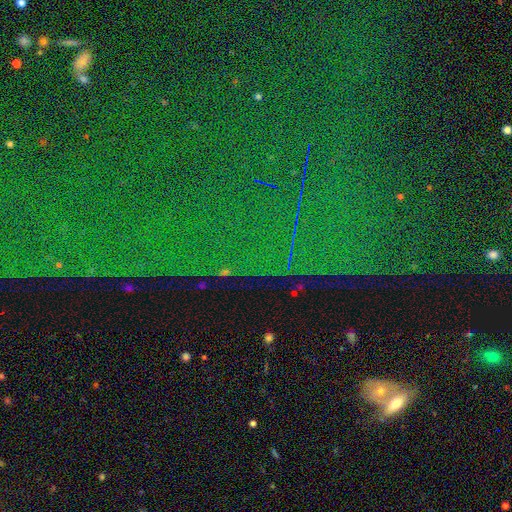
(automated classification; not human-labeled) star or artifact 83%, featured or disk 8%, smooth 8%.